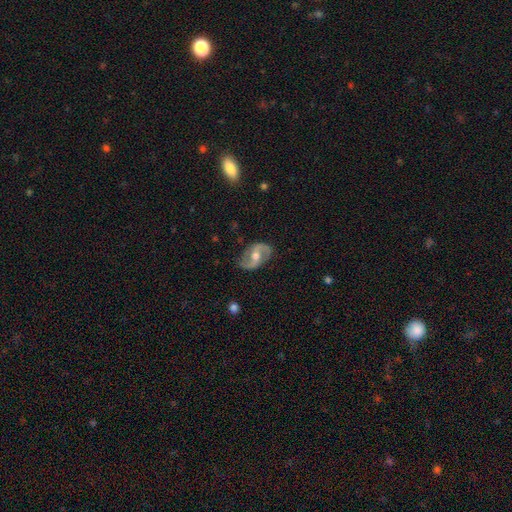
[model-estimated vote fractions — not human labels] Q: Smooth or featured?
A: featured or disk (85%); runner-up: smooth (10%)
Q: Edge-on disk?
A: no (97%); runner-up: yes (3%)
Q: Bar?
A: weak (47%); runner-up: no (32%)
Q: Spiral arms?
A: yes (93%); runner-up: no (7%)
Q: Spiral winding?
A: medium (44%); runner-up: loose (42%)
Q: Spiral arm count?
A: 2 (93%); runner-up: can't tell (3%)
Q: Bulge size?
A: moderate (73%); runner-up: small (17%)
Q: Merging?
A: none (80%); runner-up: minor disturbance (14%)